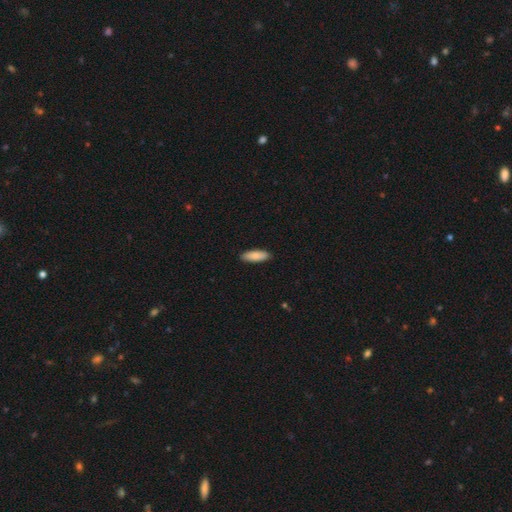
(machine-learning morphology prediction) Overall: smooth (86%). How rounded: in between (60%; cigar-shaped 38%). Merging: none (89%).